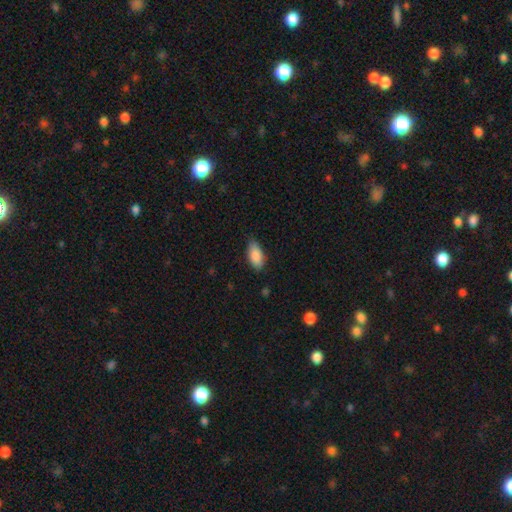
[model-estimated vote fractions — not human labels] Smooth or featured? Predicted: smooth (p=0.87). How rounded? Predicted: in between (p=0.90). Merging? Predicted: none (p=0.76).